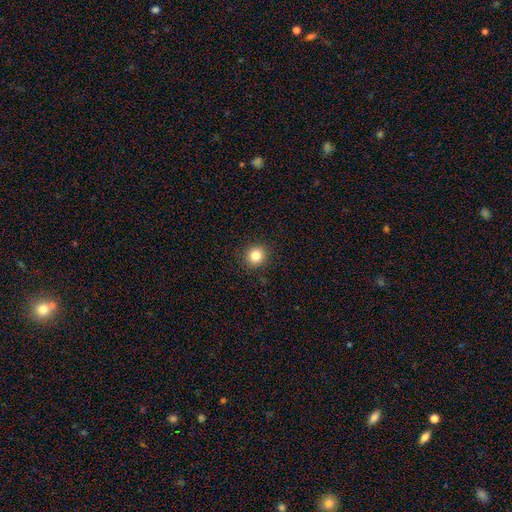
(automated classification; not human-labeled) smooth 83%, star or artifact 12%, featured or disk 5%. Down the decision tree: how rounded — round (91%); merging — none (92%).